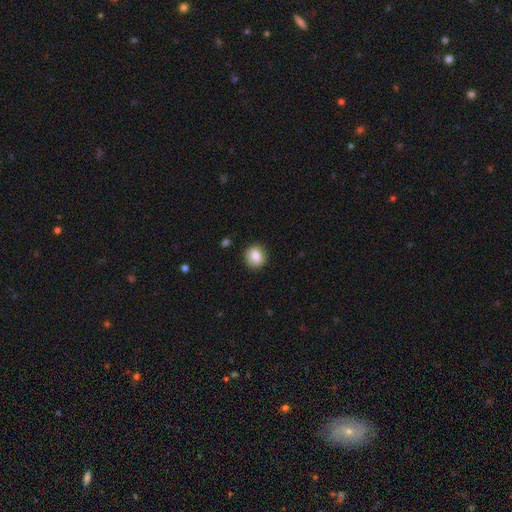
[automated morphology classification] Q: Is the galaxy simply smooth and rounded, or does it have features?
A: smooth — 81%.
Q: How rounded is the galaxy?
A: round — 76%.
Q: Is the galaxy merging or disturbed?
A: none — 89%.